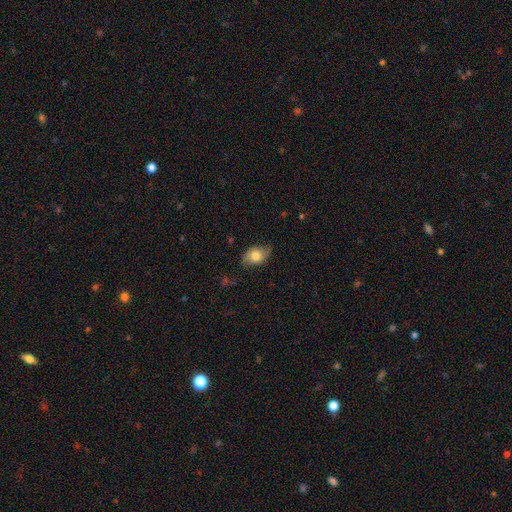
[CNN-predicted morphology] A smooth galaxy with no disk features (70%) that is in between round and cigar-shaped (83%). Merging: none (67%).